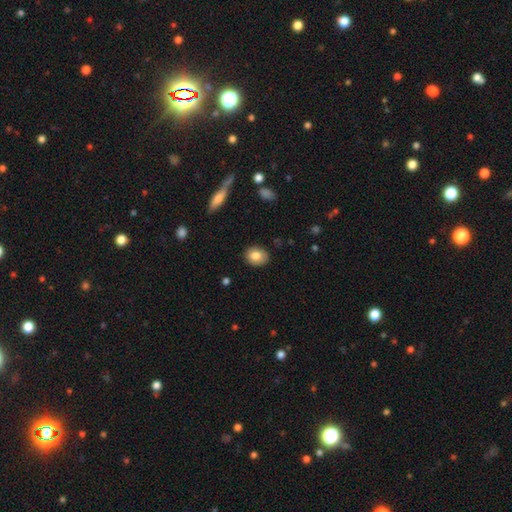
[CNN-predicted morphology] A smooth galaxy with no disk features (82%) that is in between round and cigar-shaped (50%). Merging: none (87%).